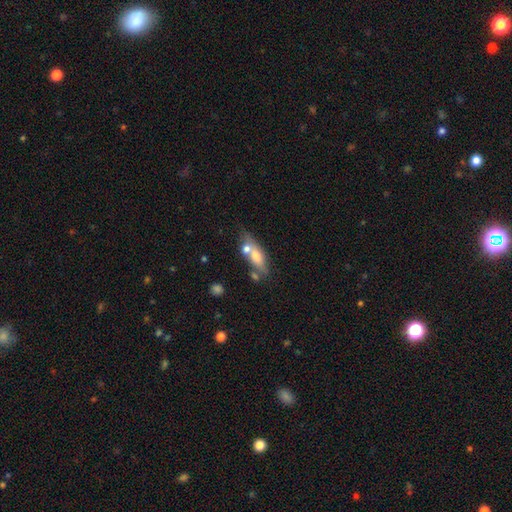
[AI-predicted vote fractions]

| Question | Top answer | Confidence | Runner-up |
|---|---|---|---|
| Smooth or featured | smooth | 59% | featured or disk (33%) |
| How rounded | in between | 61% | cigar-shaped (33%) |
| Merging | none | 45% | merger (35%) |